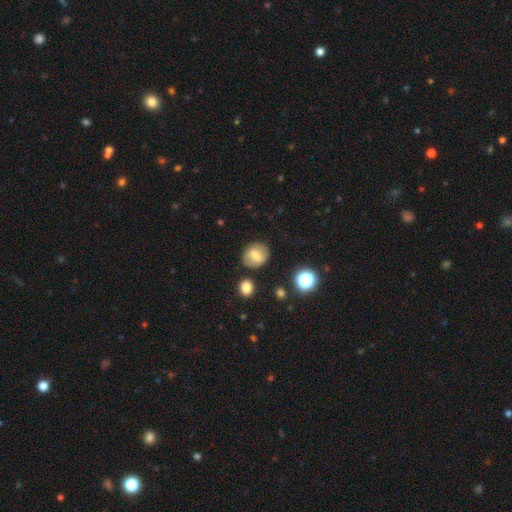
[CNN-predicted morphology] A smooth galaxy with no disk features (68%) that is round (65%). Merging: none (81%).